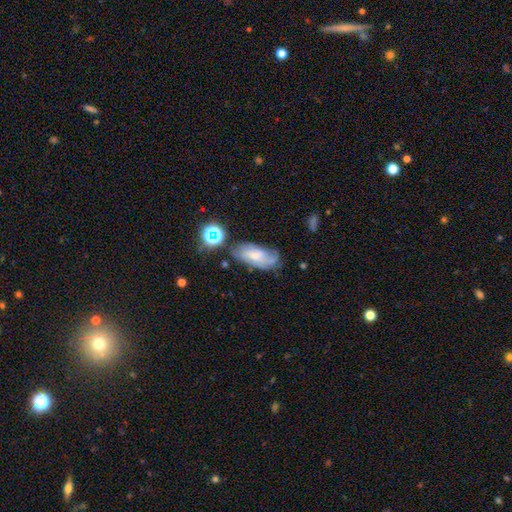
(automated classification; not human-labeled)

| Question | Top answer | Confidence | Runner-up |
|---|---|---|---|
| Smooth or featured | smooth | 45% | featured or disk (42%) |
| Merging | none | 53% | minor disturbance (28%) |